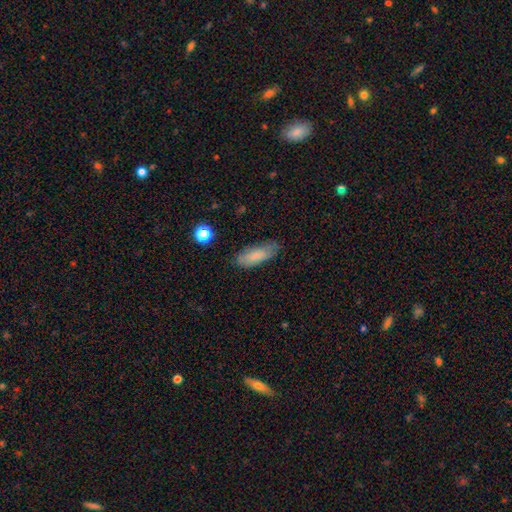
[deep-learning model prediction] Morphology: type=smooth (80%); roundness=in between (71%); merging=none (74%).